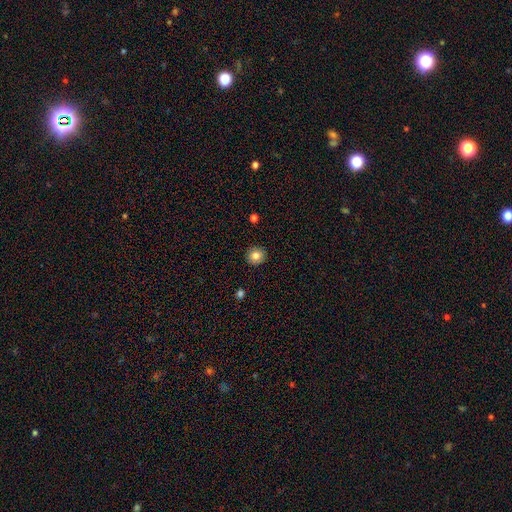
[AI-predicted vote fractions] A smooth galaxy with no disk features (83%) that is round (91%).

Vote fractions:
- Smooth or featured? smooth: 83% / star or artifact: 9% / featured or disk: 8%
- How rounded? round: 91% / in between: 8% / cigar-shaped: 1%
- Merging? none: 92% / minor disturbance: 5% / major disturbance: 2% / merger: 1%